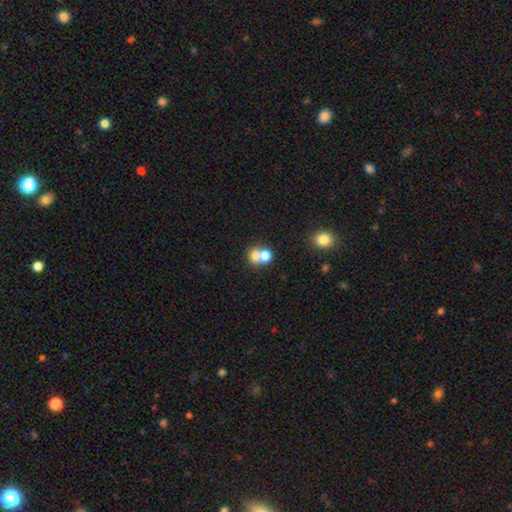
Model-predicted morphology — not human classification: smooth 72%, featured or disk 15%, star or artifact 13%. Down the decision tree: how rounded — round (73%); merging — merger (58%).